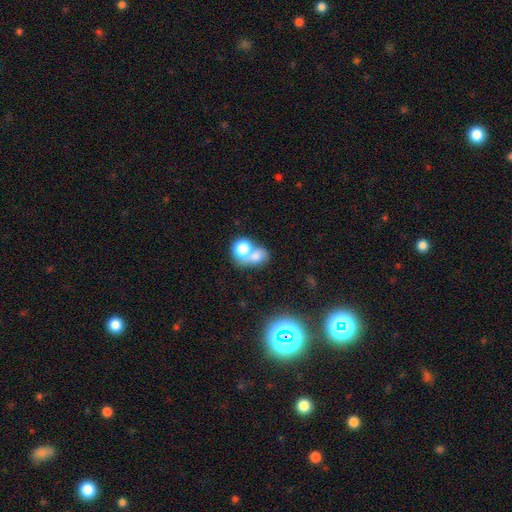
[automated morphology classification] Smooth or featured? smooth (69%)
How rounded? round (53%)
Merging? merger (68%)